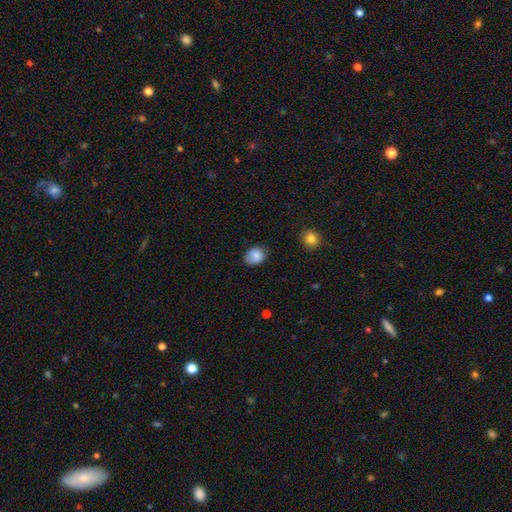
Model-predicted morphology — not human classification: A smooth galaxy with no disk features (84%) that is round (55%).

Vote fractions:
- Smooth or featured? smooth: 84% / star or artifact: 9% / featured or disk: 7%
- How rounded? round: 55% / in between: 44% / cigar-shaped: 1%
- Merging? none: 69% / minor disturbance: 25% / major disturbance: 5% / merger: 1%